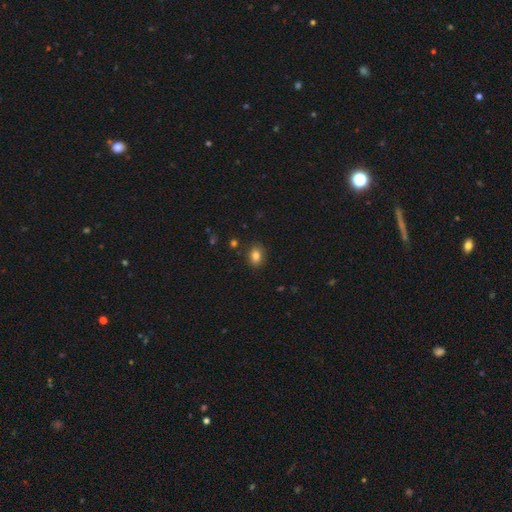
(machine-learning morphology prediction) type=smooth (83%); roundness=in between (70%); merging=none (86%).